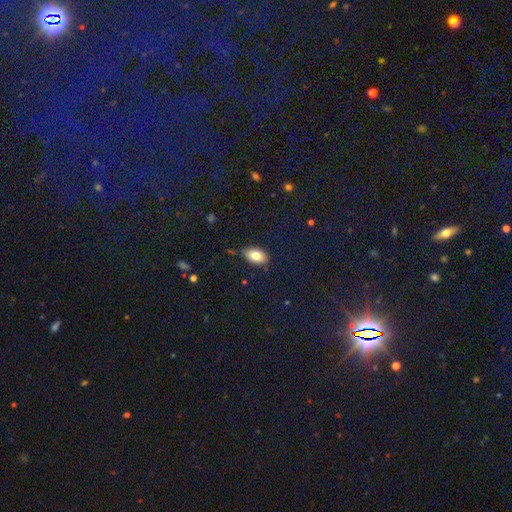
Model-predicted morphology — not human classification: Q: Smooth or featured?
A: smooth (82%); runner-up: featured or disk (10%)
Q: How rounded?
A: in between (92%); runner-up: round (6%)
Q: Merging?
A: none (81%); runner-up: minor disturbance (14%)